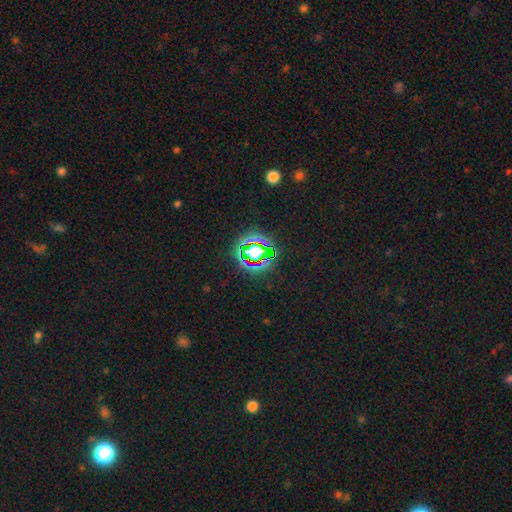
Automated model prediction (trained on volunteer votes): The model was most divided on "smooth or featured": star or artifact: 68%, smooth: 20%, featured or disk: 12%.